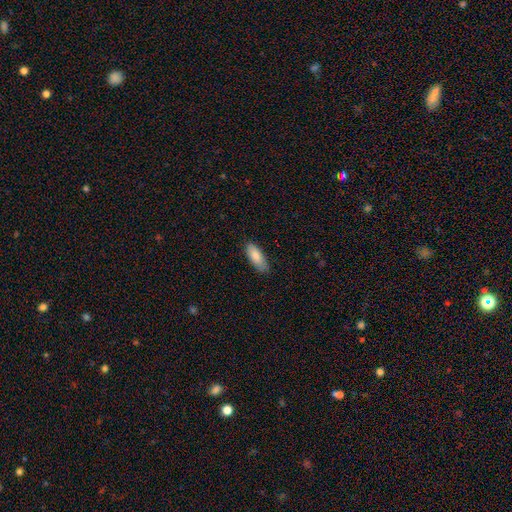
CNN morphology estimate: Smooth or featured?
  - smooth: 84% *
  - featured or disk: 11%
  - star or artifact: 6%
How rounded?
  - in between: 74% *
  - cigar-shaped: 24%
  - round: 2%
Merging?
  - none: 82% *
  - minor disturbance: 15%
  - major disturbance: 2%
  - merger: 1%